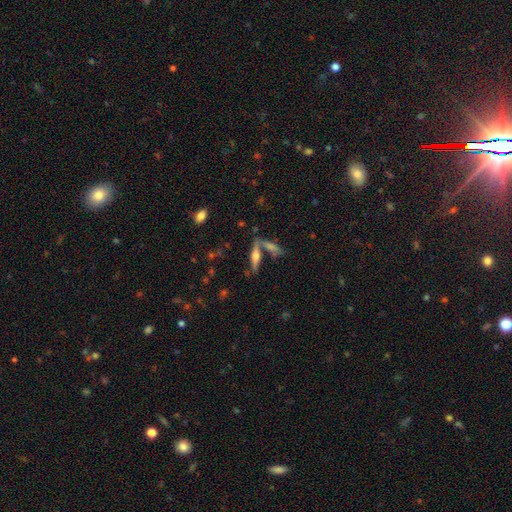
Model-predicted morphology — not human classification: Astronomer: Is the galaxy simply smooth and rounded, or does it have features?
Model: featured or disk — 60%.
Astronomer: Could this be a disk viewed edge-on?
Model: yes — 94%.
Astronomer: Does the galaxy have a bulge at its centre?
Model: rounded — 89%.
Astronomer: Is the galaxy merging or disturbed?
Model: none — 64%.